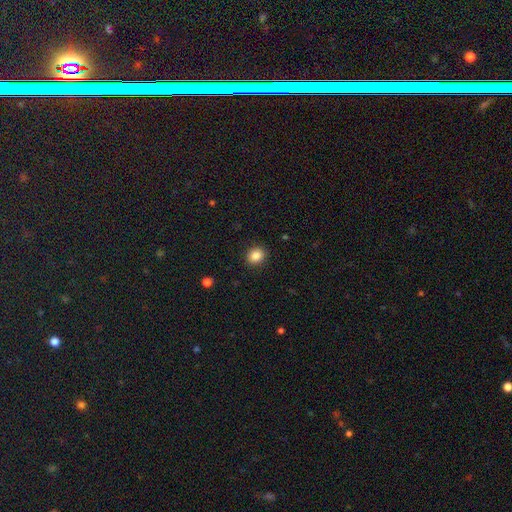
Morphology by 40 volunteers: Smooth or featured: smooth — 95% (star or artifact — 5%)
How rounded: round — 55% (in between — 45%)
Merging: none — 89% (minor disturbance — 5%)